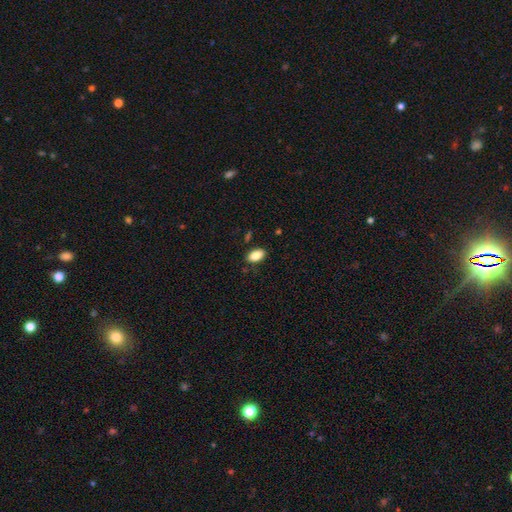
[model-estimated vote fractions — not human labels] A smooth galaxy with no disk features (85%) that is in between round and cigar-shaped (92%). Merging: none (85%).